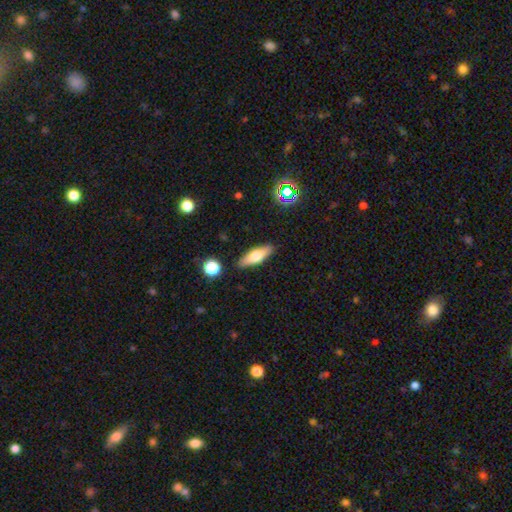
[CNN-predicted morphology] This appears to be a smooth galaxy with no disk features (58%) that is in between round and cigar-shaped (55%). Merging: none (87%).